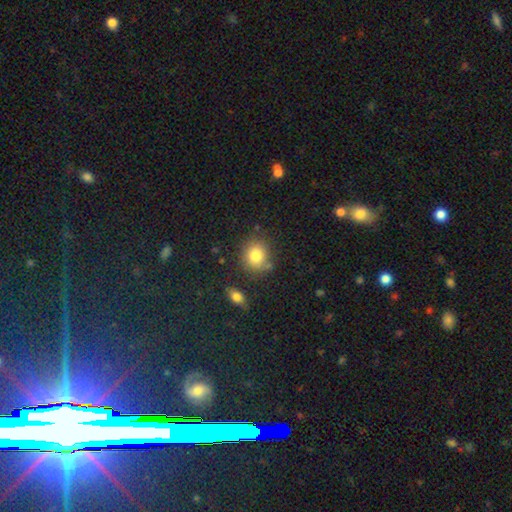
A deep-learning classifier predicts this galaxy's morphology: This is clearly a smooth galaxy (81%). How rounded: likely round (74%). Merging: likely none (71%).